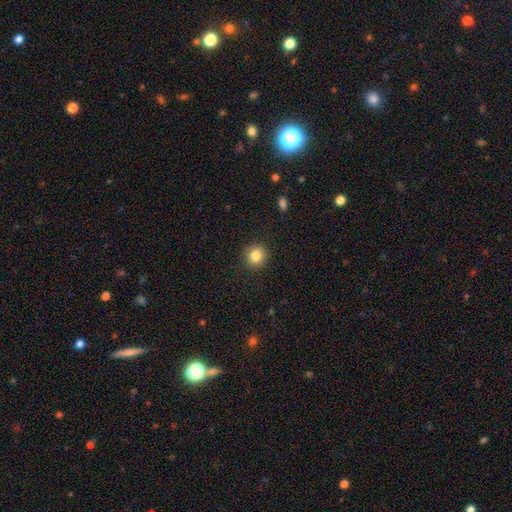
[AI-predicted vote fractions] Smooth or featured? smooth (83%)
How rounded? round (90%)
Merging? none (91%)